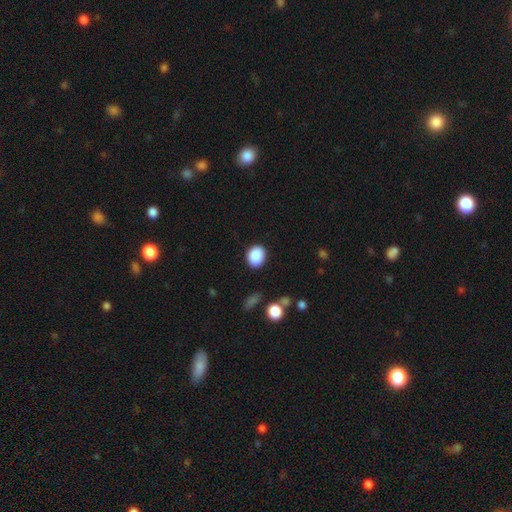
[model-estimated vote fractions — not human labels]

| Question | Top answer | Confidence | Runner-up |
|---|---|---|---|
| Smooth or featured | smooth | 89% | star or artifact (8%) |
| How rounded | round | 50% | in between (49%) |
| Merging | none | 88% | minor disturbance (8%) |